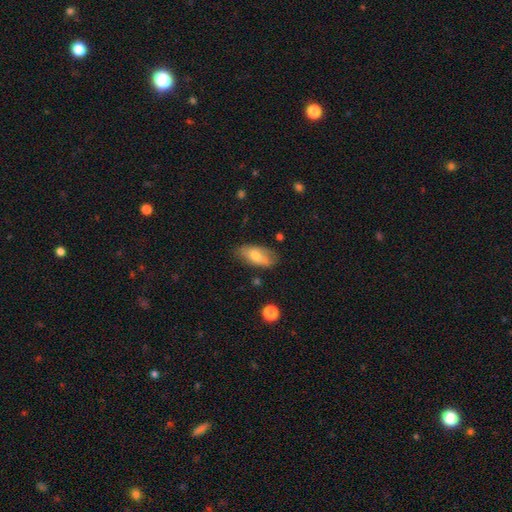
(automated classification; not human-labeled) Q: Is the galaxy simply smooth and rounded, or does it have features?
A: smooth — 68%.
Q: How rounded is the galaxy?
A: in between — 89%.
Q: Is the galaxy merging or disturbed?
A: none — 67%.